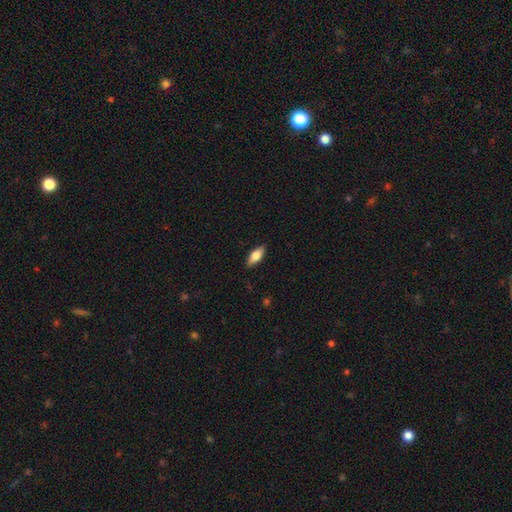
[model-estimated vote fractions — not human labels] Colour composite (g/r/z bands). It shows a smooth galaxy with no disk features (69%) that is in between round and cigar-shaped (76%). Merging: none (87%).